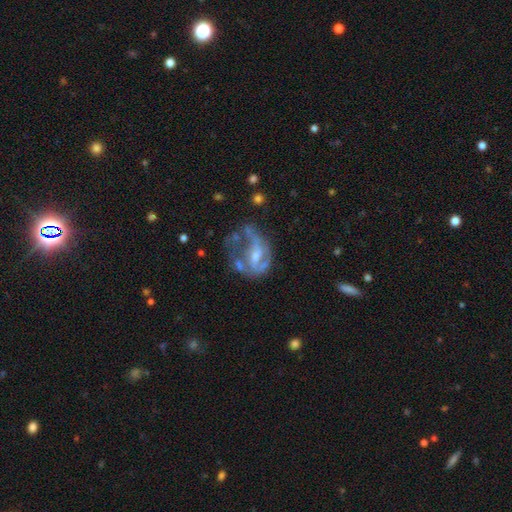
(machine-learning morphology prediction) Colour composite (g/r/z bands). It shows a featured or disk galaxy (71%) with no bar (46%), spiral arms (56%) and a moderate central bulge (42%). Merging: major disturbance (40%).